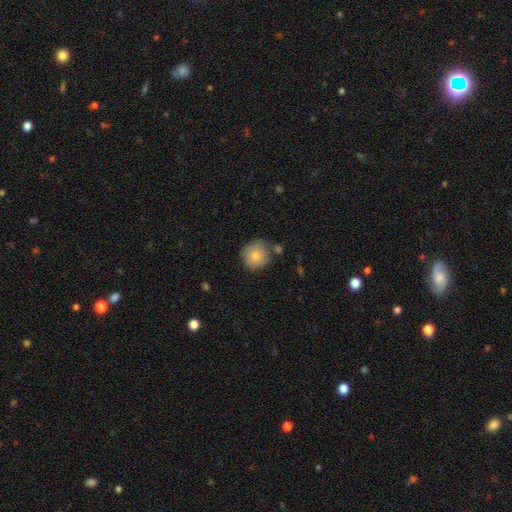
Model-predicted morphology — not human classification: A smooth galaxy with no disk features (82%) that is round (92%). Merging: none (71%).